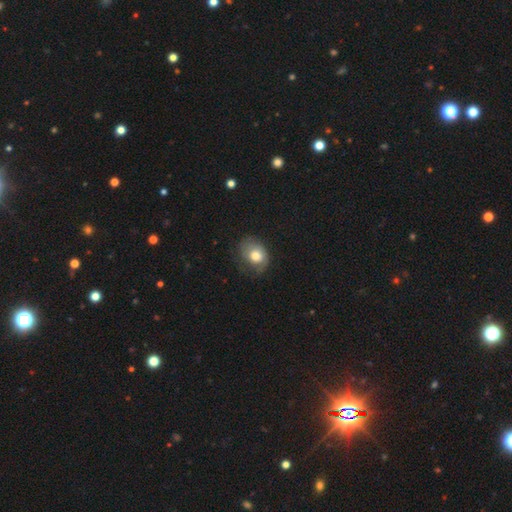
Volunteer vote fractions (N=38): smooth-or-featured: featured or disk: 53% | smooth: 45% | star or artifact: 3%
  disk-edge-on: no: 100% | yes: 0%
    bar: no: 85% | weak: 15% | strong: 0%
    has-spiral-arms: yes: 65% | no: 35%
      spiral-winding: medium: 77% | loose: 15% | tight: 8%
      spiral-arm-count: 2: 85% | 1: 8% | can't tell: 8% | 3: 0% | 4: 0% | more than 4: 0%
    bulge-size: moderate: 55% | large: 35% | small: 5% | none: 5% | dominant: 0%
  merging: none: 43% | major disturbance: 30% | minor disturbance: 27% | merger: 0%